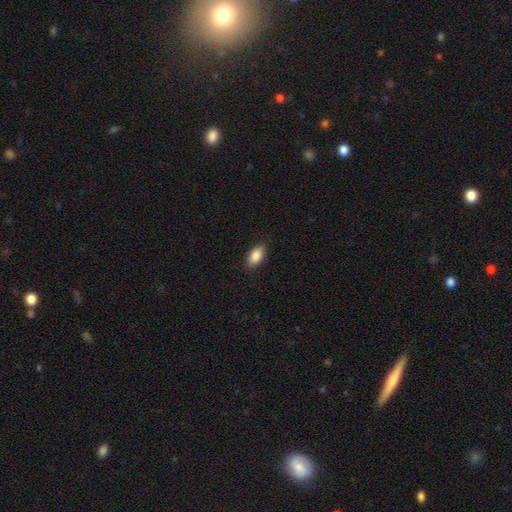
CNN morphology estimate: Smooth or featured? Predicted: smooth (p=0.88). How rounded? Predicted: in between (p=0.92). Merging? Predicted: none (p=0.87).